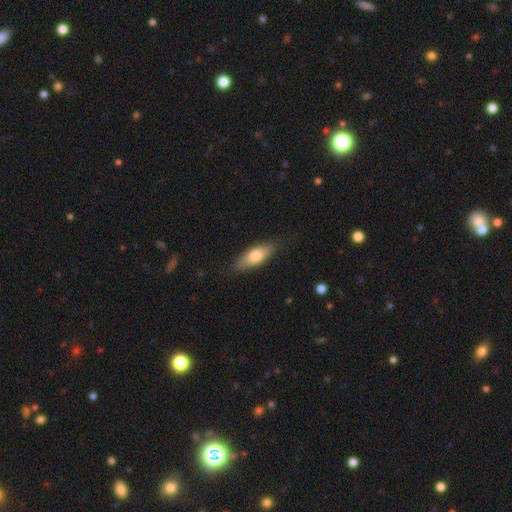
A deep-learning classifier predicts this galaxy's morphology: Smooth or featured?
  - smooth: 72% *
  - featured or disk: 22%
  - star or artifact: 6%
How rounded?
  - in between: 70% *
  - cigar-shaped: 27%
  - round: 3%
Merging?
  - none: 82% *
  - minor disturbance: 14%
  - major disturbance: 3%
  - merger: 1%